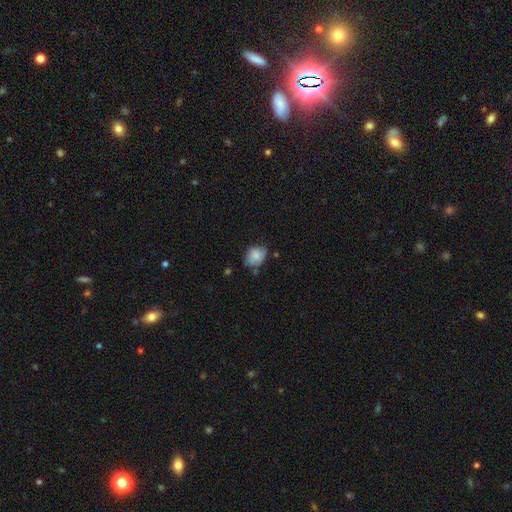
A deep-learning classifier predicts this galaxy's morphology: This appears to be a smooth galaxy with no disk features (79%) that is in between round and cigar-shaped (59%). Merging: none (60%).